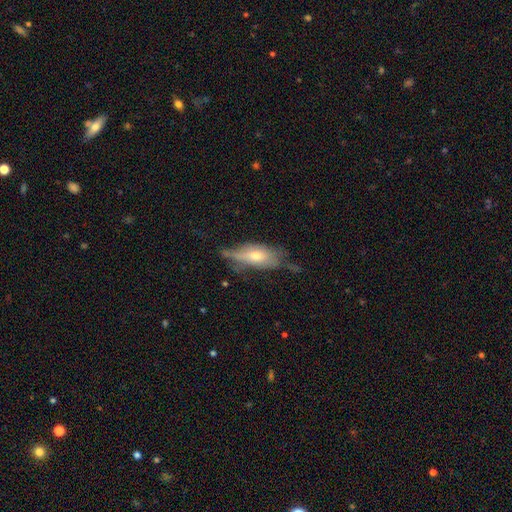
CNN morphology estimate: A smooth galaxy with no disk features (49%). Merging: none (41%).